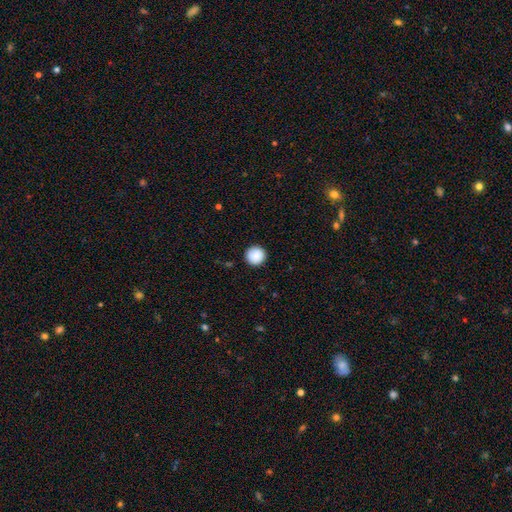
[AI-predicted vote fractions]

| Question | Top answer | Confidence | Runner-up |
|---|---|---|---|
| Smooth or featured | smooth | 89% | star or artifact (8%) |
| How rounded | round | 96% | in between (3%) |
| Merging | none | 92% | minor disturbance (5%) |